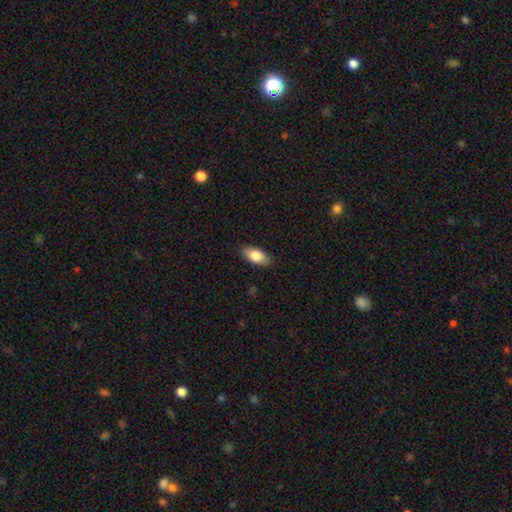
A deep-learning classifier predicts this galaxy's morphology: A smooth galaxy with no disk features (80%) that is in between round and cigar-shaped (92%).

Vote fractions:
- Smooth or featured? smooth: 80% / featured or disk: 13% / star or artifact: 6%
- How rounded? in between: 92% / cigar-shaped: 5% / round: 3%
- Merging? none: 88% / minor disturbance: 9% / major disturbance: 2% / merger: 1%